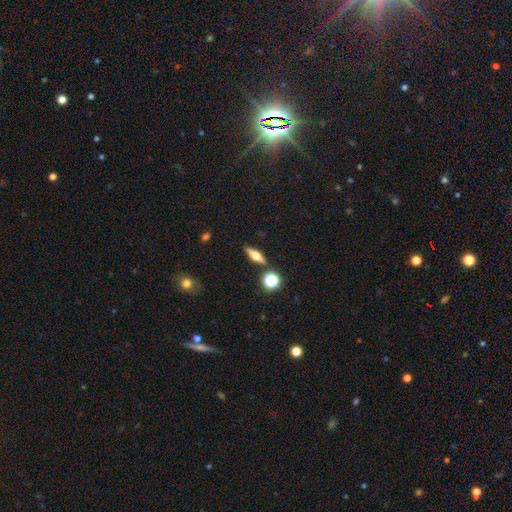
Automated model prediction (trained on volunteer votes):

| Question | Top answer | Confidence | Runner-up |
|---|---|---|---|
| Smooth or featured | featured or disk | 53% | smooth (37%) |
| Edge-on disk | yes | 92% | no (8%) |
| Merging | none | 85% | minor disturbance (8%) |